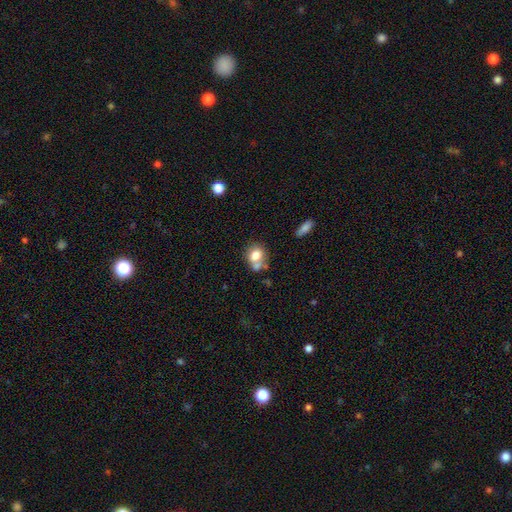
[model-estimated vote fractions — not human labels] This appears to be a smooth galaxy with no disk features (75%) that is round (59%). Merging: none (45%).